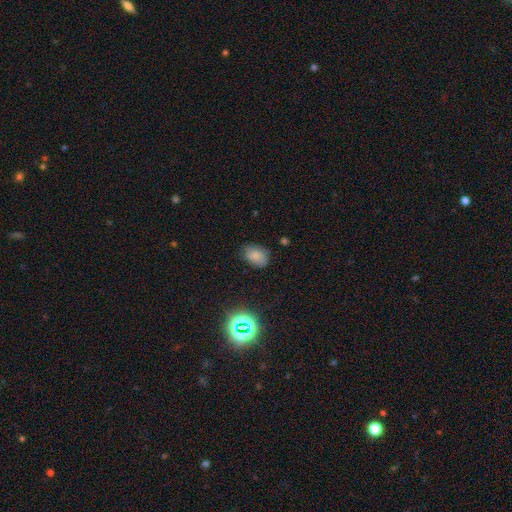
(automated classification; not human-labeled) smooth 76%, star or artifact 15%, featured or disk 9%. Down the decision tree: how rounded — in between (81%); merging — none (74%).